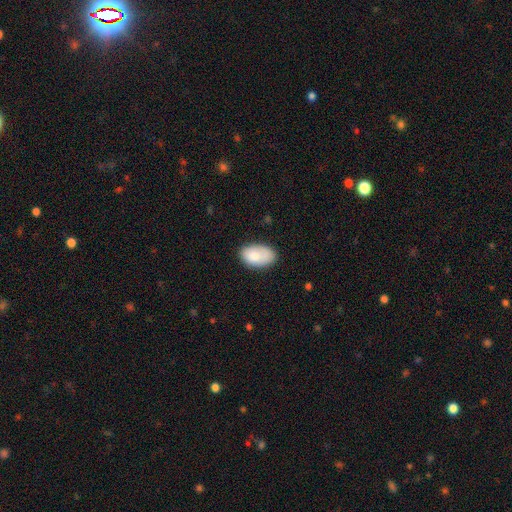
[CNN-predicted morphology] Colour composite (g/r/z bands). It shows a smooth galaxy with no disk features (80%) that is in between round and cigar-shaped (93%). Merging: none (63%).